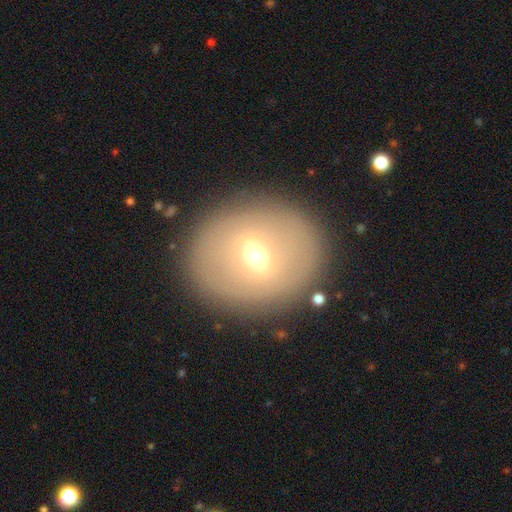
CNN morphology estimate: Q: Smooth or featured?
A: smooth (51%); runner-up: featured or disk (38%)
Q: How rounded?
A: round (70%); runner-up: in between (29%)
Q: Merging?
A: none (86%); runner-up: minor disturbance (8%)